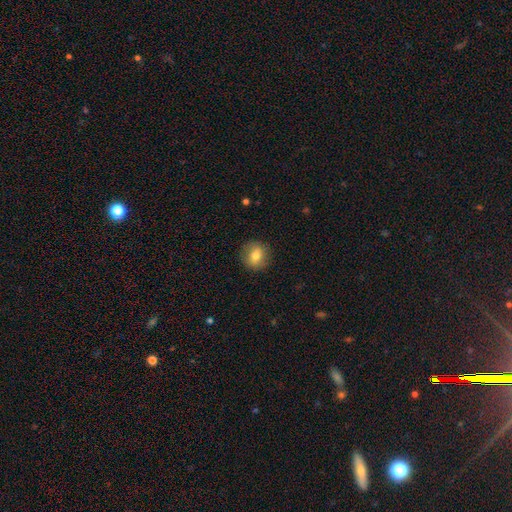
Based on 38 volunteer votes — Smooth or featured?
  - smooth: 76% *
  - featured or disk: 16%
  - star or artifact: 8%
How rounded?
  - round: 97% *
  - in between: 3%
  - cigar-shaped: 0%
Merging?
  - none: 97% *
  - minor disturbance: 3%
  - major disturbance: 0%
  - merger: 0%